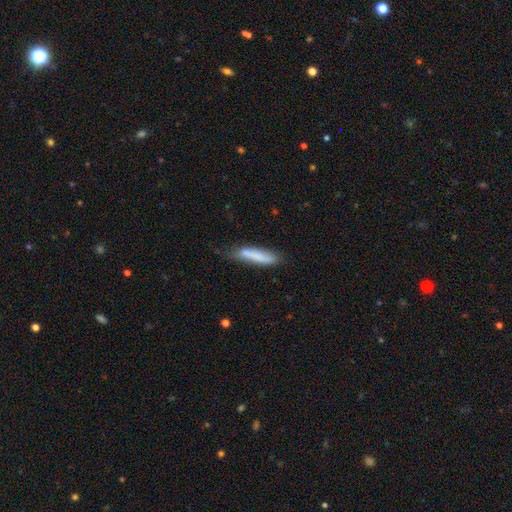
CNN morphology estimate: Smooth or featured? smooth (76%)
How rounded? cigar-shaped (84%)
Merging? none (58%)